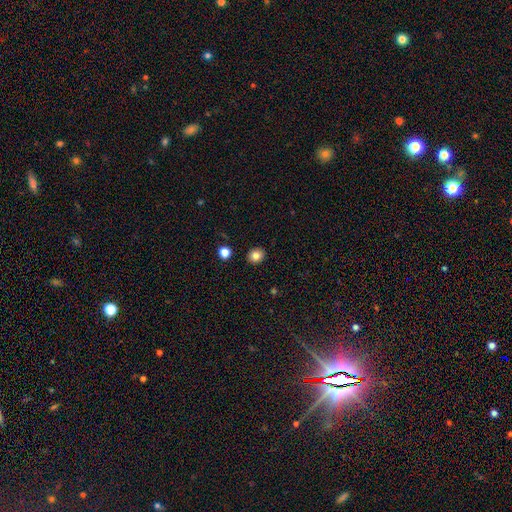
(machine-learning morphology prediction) The model was most divided on "how rounded": round: 77%, in between: 22%, cigar-shaped: 1%. More confident: merging — none (91%); smooth or featured — smooth (81%).